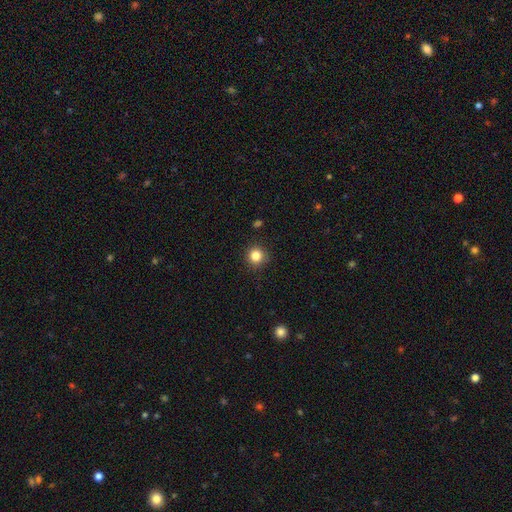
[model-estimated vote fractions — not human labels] The model was most divided on "smooth or featured": smooth: 84%, star or artifact: 12%, featured or disk: 5%. More confident: how rounded — round (94%); merging — none (90%).